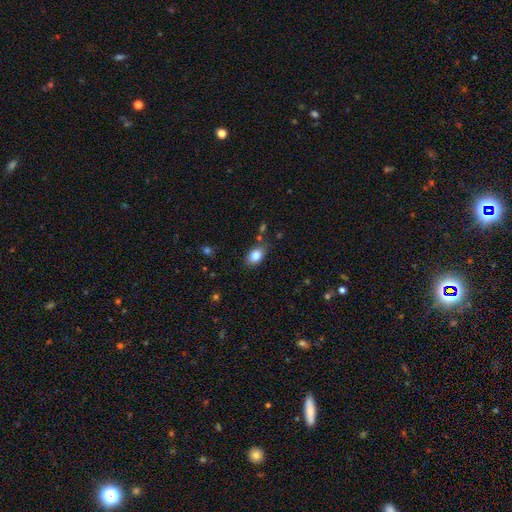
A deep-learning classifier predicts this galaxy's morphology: A smooth galaxy with no disk features (84%) that is in between round and cigar-shaped (85%).

Vote fractions:
- Smooth or featured? smooth: 84% / star or artifact: 8% / featured or disk: 8%
- How rounded? in between: 85% / round: 13% / cigar-shaped: 2%
- Merging? none: 78% / minor disturbance: 16% / major disturbance: 3% / merger: 3%